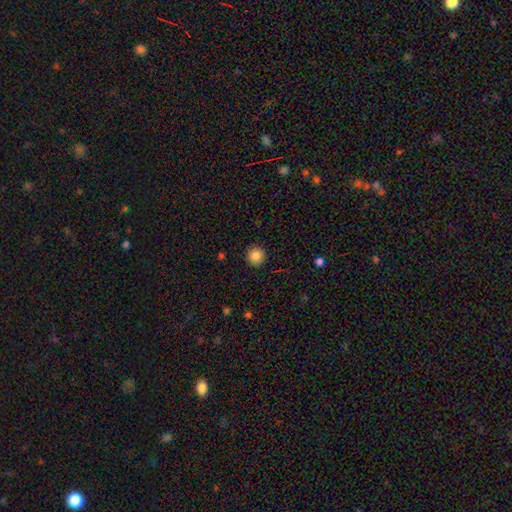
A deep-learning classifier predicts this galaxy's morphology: smooth 86%, star or artifact 10%, featured or disk 4%. Down the decision tree: how rounded — round (94%); merging — none (92%).